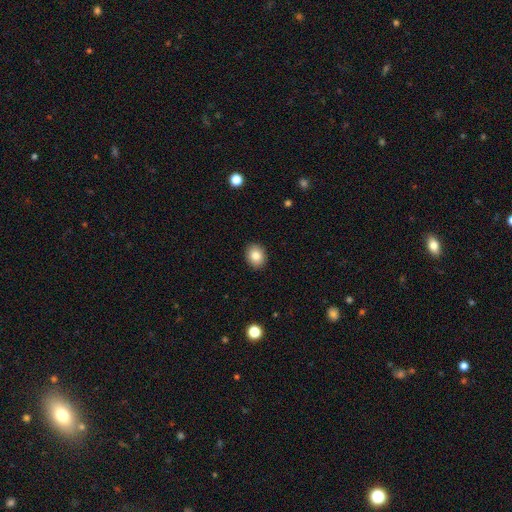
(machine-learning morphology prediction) Smooth or featured: smooth — 84% (star or artifact — 9%)
How rounded: round — 54% (in between — 45%)
Merging: none — 91% (minor disturbance — 7%)